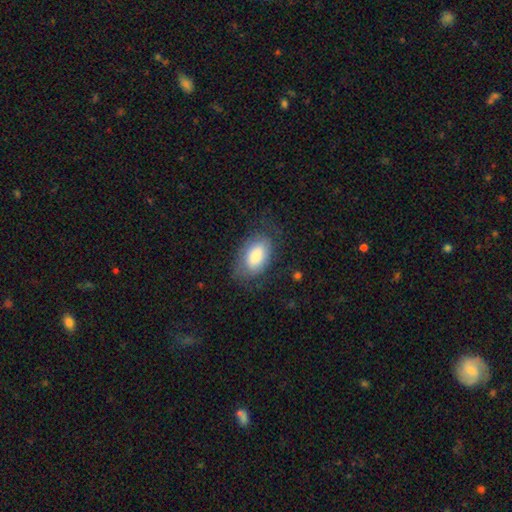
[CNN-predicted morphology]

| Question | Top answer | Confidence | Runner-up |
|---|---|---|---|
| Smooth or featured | smooth | 80% | featured or disk (14%) |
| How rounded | in between | 93% | round (5%) |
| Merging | none | 68% | minor disturbance (21%) |